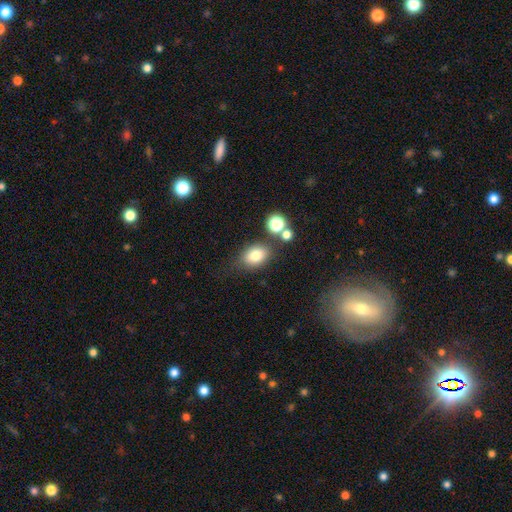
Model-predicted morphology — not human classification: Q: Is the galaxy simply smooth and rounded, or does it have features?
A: smooth — 78%.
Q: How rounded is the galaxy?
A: in between — 72%.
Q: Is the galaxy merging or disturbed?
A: none — 71%.